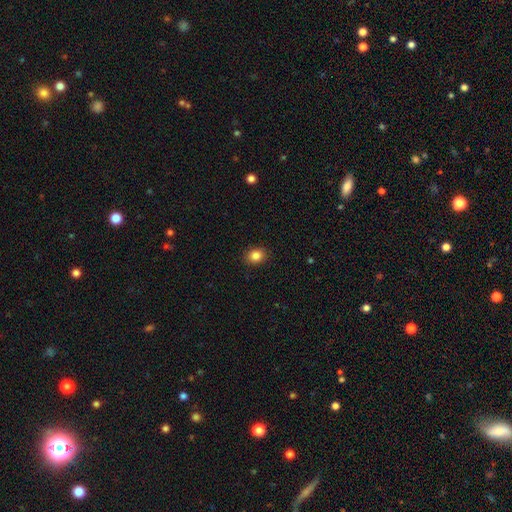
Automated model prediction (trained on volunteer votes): Q: Smooth or featured?
A: smooth (85%); runner-up: star or artifact (10%)
Q: How rounded?
A: in between (50%); runner-up: round (49%)
Q: Merging?
A: none (90%); runner-up: minor disturbance (7%)